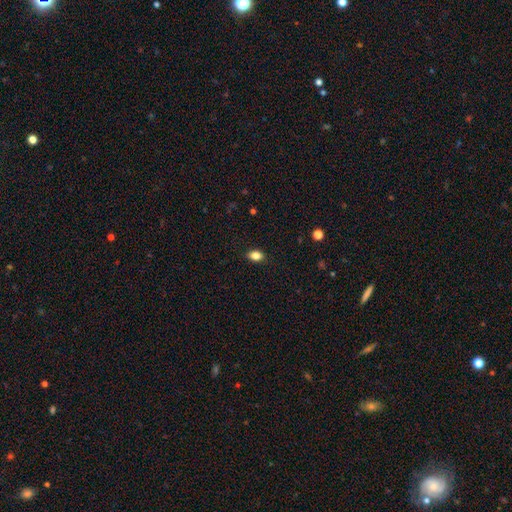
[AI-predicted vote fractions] smooth 85%, star or artifact 10%, featured or disk 5%. Down the decision tree: how rounded — in between (82%); merging — none (88%).